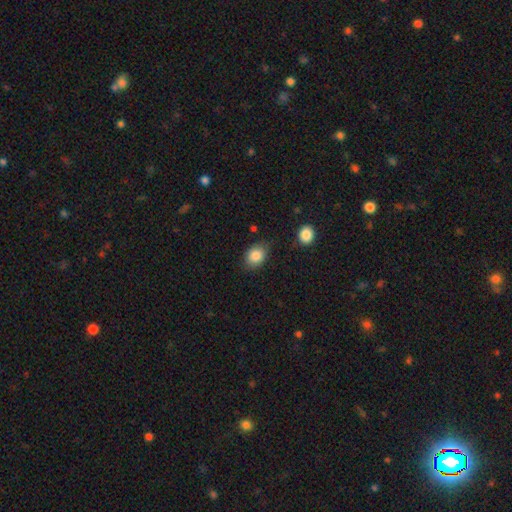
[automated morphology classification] Smooth or featured? Predicted: smooth (p=0.86). How rounded? Predicted: in between (p=0.62). Merging? Predicted: none (p=0.77).